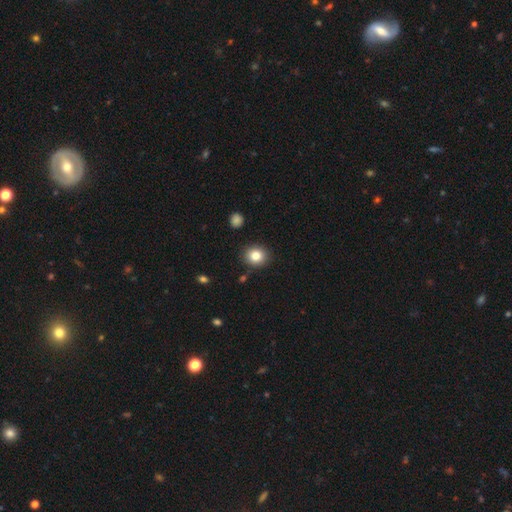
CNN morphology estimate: Smooth or featured? smooth (82%)
How rounded? round (81%)
Merging? none (89%)